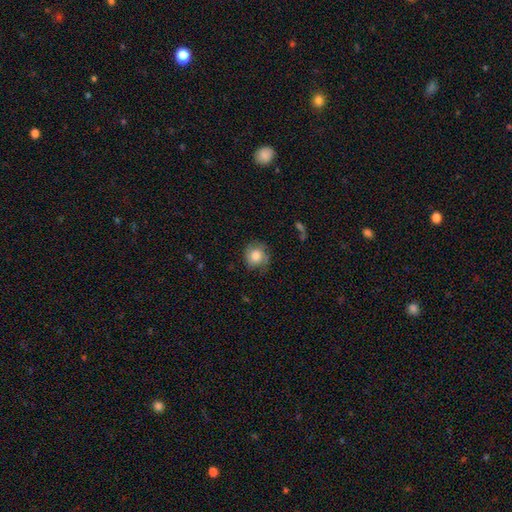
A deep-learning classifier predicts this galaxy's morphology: type=smooth (73%); roundness=round (83%); merging=none (66%).